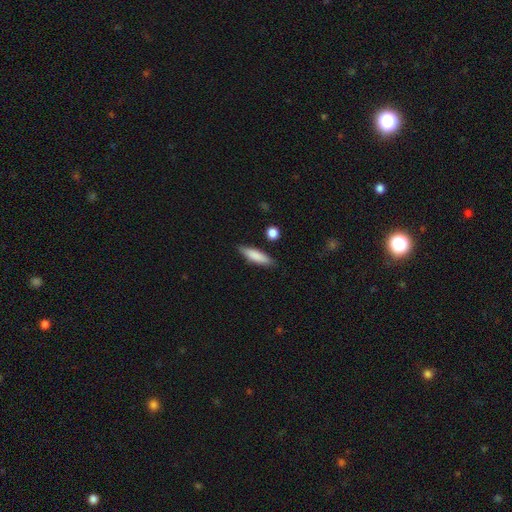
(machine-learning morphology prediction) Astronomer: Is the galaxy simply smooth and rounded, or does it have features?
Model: smooth — 82%.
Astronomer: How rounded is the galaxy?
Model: cigar-shaped — 67%.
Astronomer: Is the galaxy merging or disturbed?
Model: none — 84%.